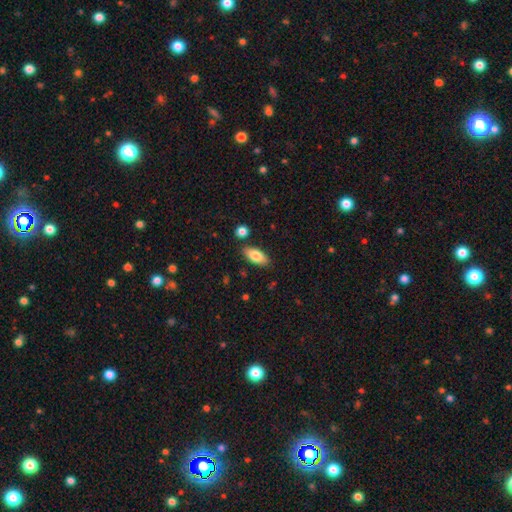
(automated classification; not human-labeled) smooth 81%, featured or disk 13%, star or artifact 6%. Down the decision tree: how rounded — in between (87%); merging — none (84%).